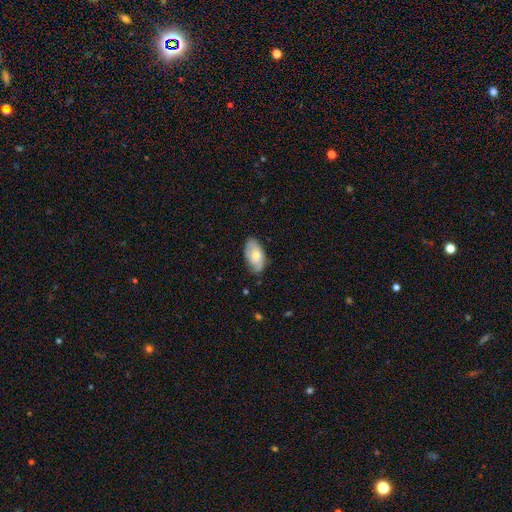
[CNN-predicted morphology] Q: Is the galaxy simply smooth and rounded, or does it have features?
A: smooth — 64%.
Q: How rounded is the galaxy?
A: in between — 94%.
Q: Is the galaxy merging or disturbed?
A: none — 69%.